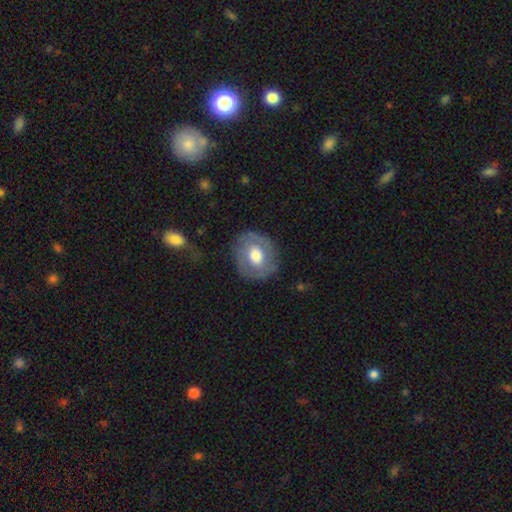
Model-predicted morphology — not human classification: This is possibly a smooth galaxy (53%). How rounded: likely round (72%). Merging: likely none (78%).